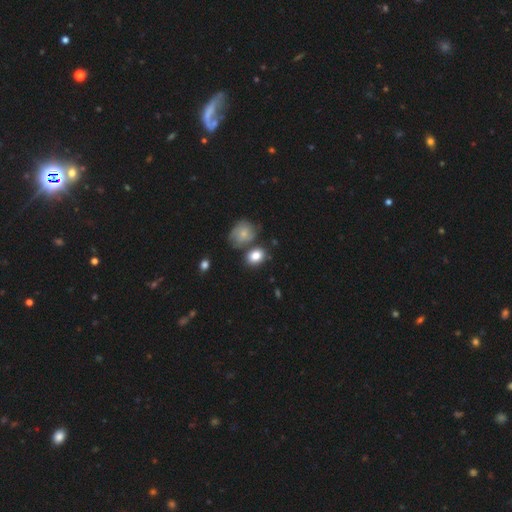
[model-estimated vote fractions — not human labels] Q: Smooth or featured?
A: smooth (81%); runner-up: featured or disk (10%)
Q: How rounded?
A: in between (61%); runner-up: round (38%)
Q: Merging?
A: none (64%); runner-up: merger (16%)